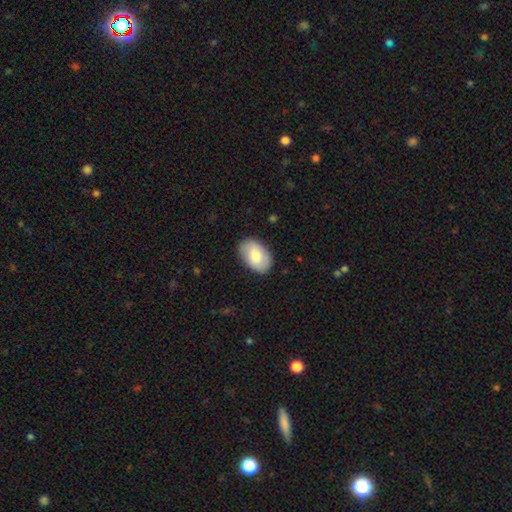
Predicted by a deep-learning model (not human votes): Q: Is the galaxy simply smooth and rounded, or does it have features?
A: smooth — 78%.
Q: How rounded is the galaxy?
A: in between — 92%.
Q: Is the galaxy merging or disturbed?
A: none — 86%.